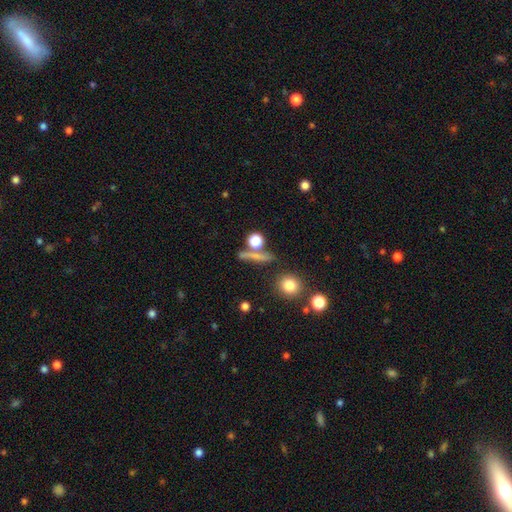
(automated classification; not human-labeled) Overall: smooth (58%; featured or disk 26%). How rounded: cigar-shaped (56%; round 28%). Merging: none (70%).